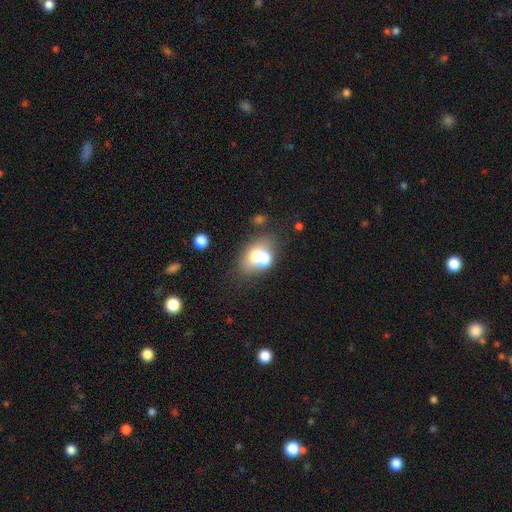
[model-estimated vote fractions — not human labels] Q: Smooth or featured?
A: smooth (61%); runner-up: featured or disk (25%)
Q: How rounded?
A: in between (62%); runner-up: round (36%)
Q: Merging?
A: merger (40%); runner-up: none (37%)